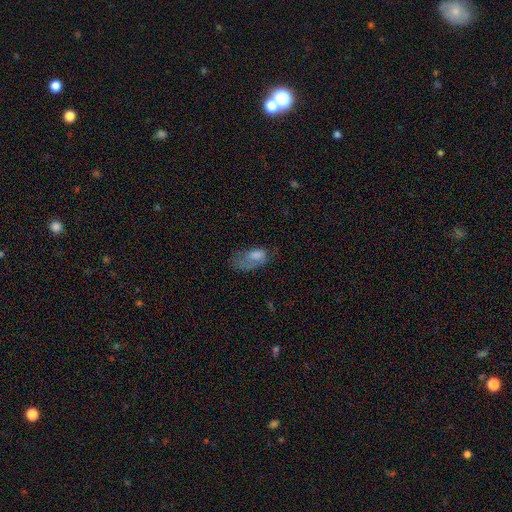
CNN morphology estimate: A smooth galaxy with no disk features (61%) that is in between round and cigar-shaped (88%). Merging: major disturbance (42%).